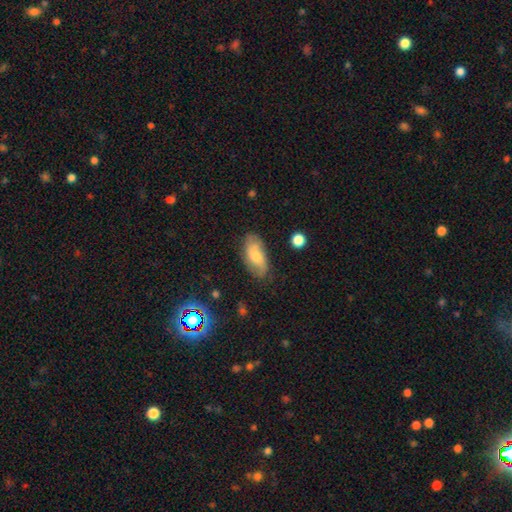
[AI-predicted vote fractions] This is possibly a smooth galaxy (54%). How rounded: clearly in between (89%). Merging: likely none (74%).